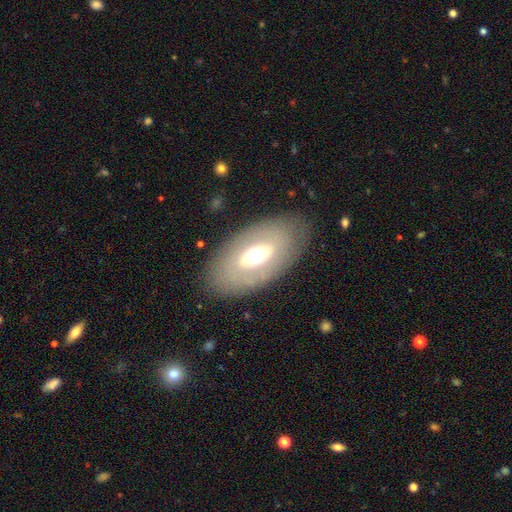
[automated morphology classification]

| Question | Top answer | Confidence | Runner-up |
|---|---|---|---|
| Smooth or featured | featured or disk | 49% | smooth (43%) |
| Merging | none | 81% | minor disturbance (11%) |